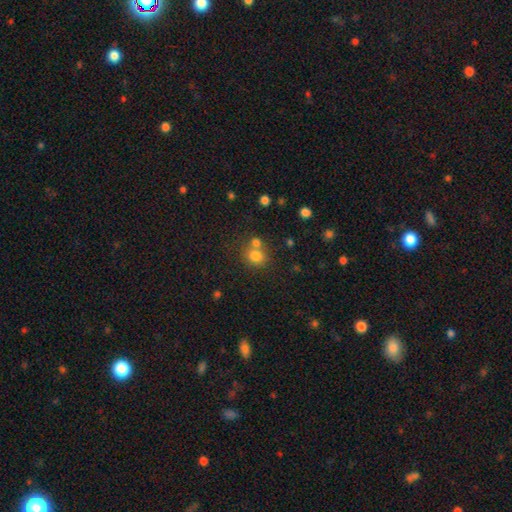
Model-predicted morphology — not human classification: Smooth or featured?
  - smooth: 79% *
  - star or artifact: 13%
  - featured or disk: 8%
How rounded?
  - round: 76% *
  - in between: 23%
  - cigar-shaped: 1%
Merging?
  - none: 56% *
  - merger: 32%
  - minor disturbance: 9%
  - major disturbance: 3%